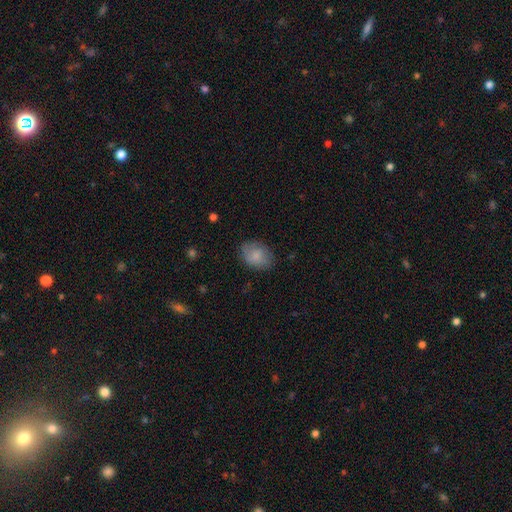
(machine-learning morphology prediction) Smooth or featured?
  - smooth: 81% *
  - featured or disk: 12%
  - star or artifact: 7%
How rounded?
  - in between: 69% *
  - round: 29%
  - cigar-shaped: 1%
Merging?
  - none: 78% *
  - minor disturbance: 17%
  - major disturbance: 4%
  - merger: 1%